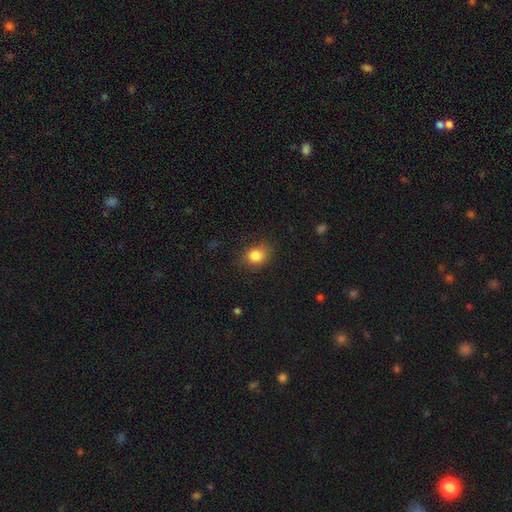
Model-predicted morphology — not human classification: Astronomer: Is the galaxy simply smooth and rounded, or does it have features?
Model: smooth — 84%.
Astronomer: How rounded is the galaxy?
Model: round — 60% (runner-up: in between, 39%).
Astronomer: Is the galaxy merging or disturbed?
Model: none — 77%.